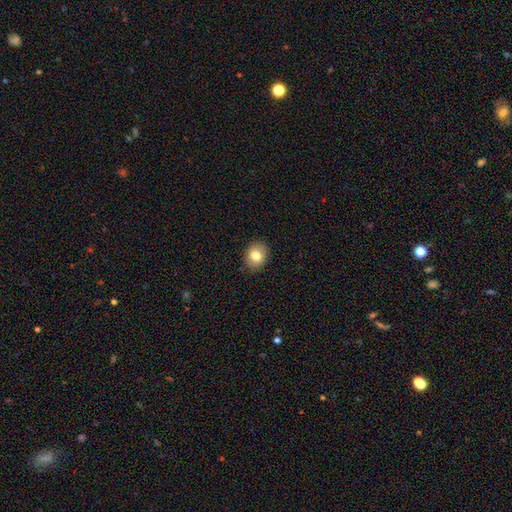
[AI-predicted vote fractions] Overall: smooth (80%). How rounded: round (52%; in between 47%). Merging: none (88%).